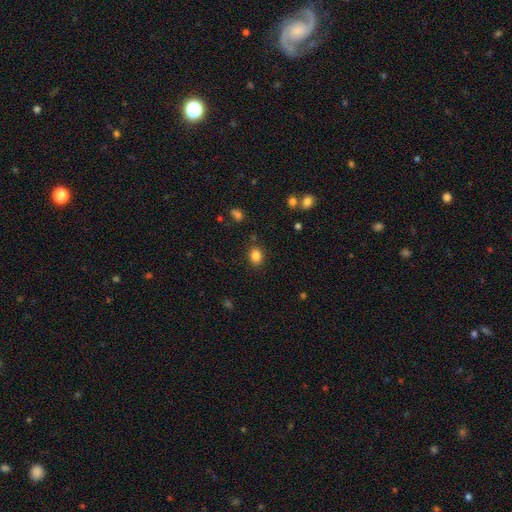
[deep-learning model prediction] Overall: smooth (84%). How rounded: round (54%; in between 46%). Merging: none (85%).